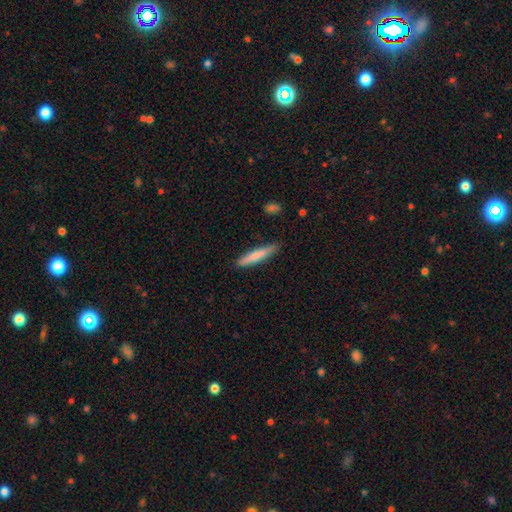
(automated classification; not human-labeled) A smooth galaxy with no disk features (74%) that is cigar-shaped (90%). Merging: none (86%).